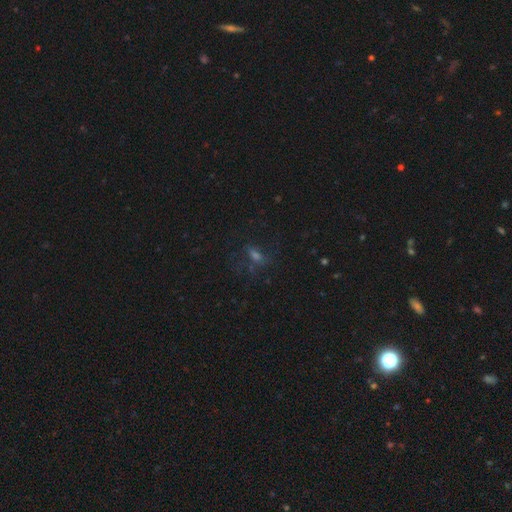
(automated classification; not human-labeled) Smooth or featured? Predicted: smooth (p=0.36, tied with star or artifact). Merging? Predicted: none (p=0.58).